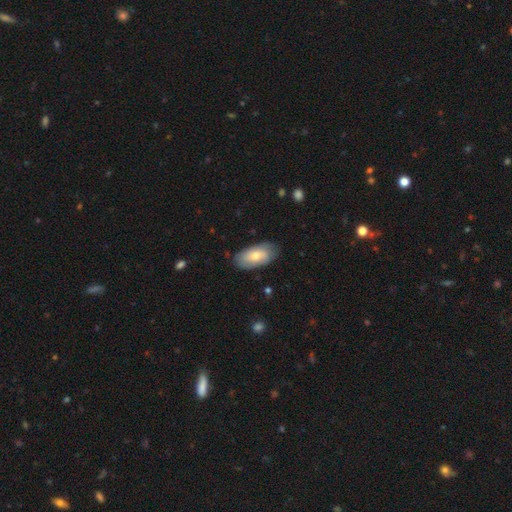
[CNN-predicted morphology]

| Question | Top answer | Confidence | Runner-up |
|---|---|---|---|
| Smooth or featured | smooth | 69% | featured or disk (26%) |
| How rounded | in between | 93% | cigar-shaped (4%) |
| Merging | none | 76% | minor disturbance (19%) |